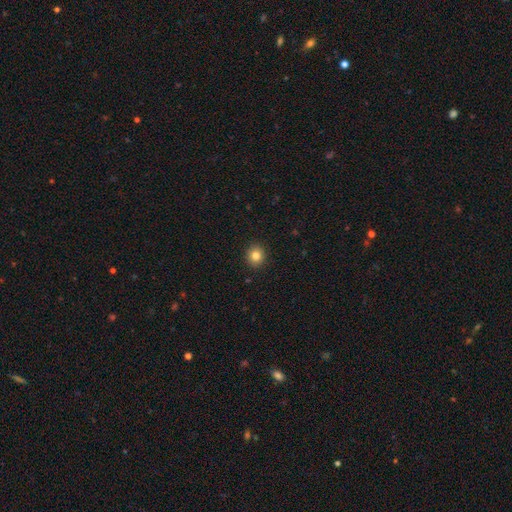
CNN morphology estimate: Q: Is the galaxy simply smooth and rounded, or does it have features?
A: smooth — 82%.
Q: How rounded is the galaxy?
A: round — 85%.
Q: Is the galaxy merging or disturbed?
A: none — 92%.